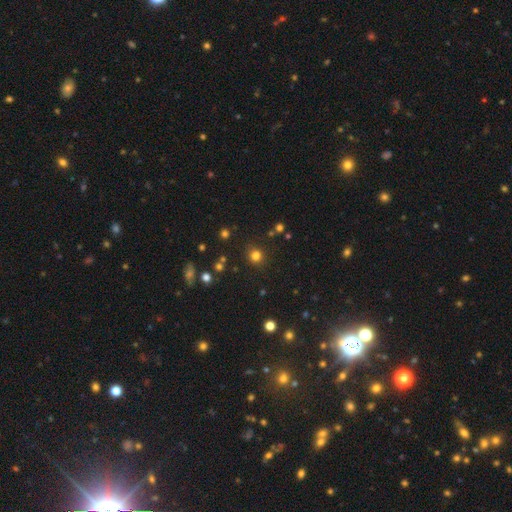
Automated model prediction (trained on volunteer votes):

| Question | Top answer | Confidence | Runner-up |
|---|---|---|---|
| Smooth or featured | smooth | 77% | star or artifact (18%) |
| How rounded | round | 88% | in between (11%) |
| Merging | none | 86% | minor disturbance (8%) |